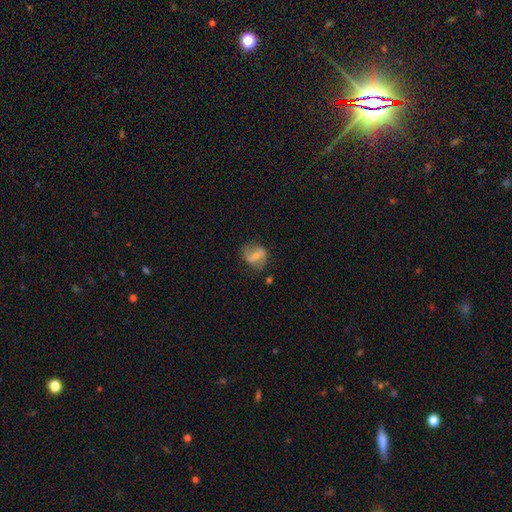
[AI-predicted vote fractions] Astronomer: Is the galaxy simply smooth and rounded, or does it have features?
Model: featured or disk — 61%.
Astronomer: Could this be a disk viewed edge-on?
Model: no — 95%.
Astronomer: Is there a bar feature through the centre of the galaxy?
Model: strong — 45% (runner-up: weak, 37%).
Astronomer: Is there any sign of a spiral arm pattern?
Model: yes — 78%.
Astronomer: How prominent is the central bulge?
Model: small — 49% (runner-up: moderate, 37%).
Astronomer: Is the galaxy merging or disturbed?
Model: none — 66%.